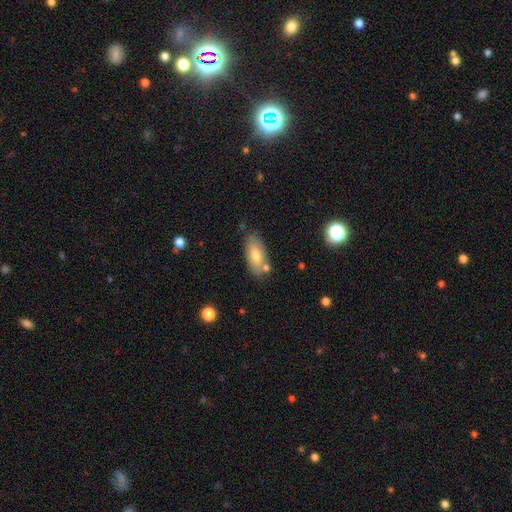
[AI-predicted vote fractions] A smooth galaxy with no disk features (71%) that is in between round and cigar-shaped (87%).

Vote fractions:
- Smooth or featured? smooth: 71% / featured or disk: 22% / star or artifact: 7%
- How rounded? in between: 87% / cigar-shaped: 10% / round: 3%
- Merging? none: 72% / minor disturbance: 16% / merger: 8% / major disturbance: 3%